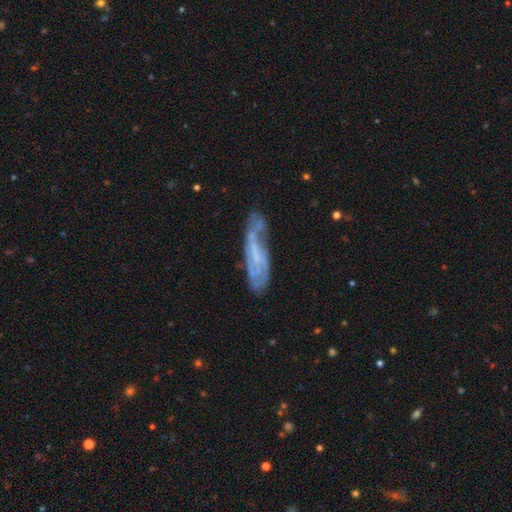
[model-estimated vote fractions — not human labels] This appears to be a featured or disk galaxy (68%) with no bar (45%), spiral arms (79%) and a small central bulge (44%). Merging: none (55%).